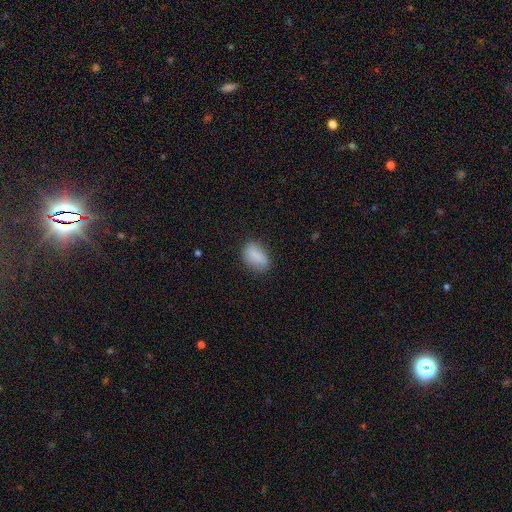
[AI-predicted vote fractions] Morphology: type=smooth (84%); roundness=in between (86%); merging=none (76%).